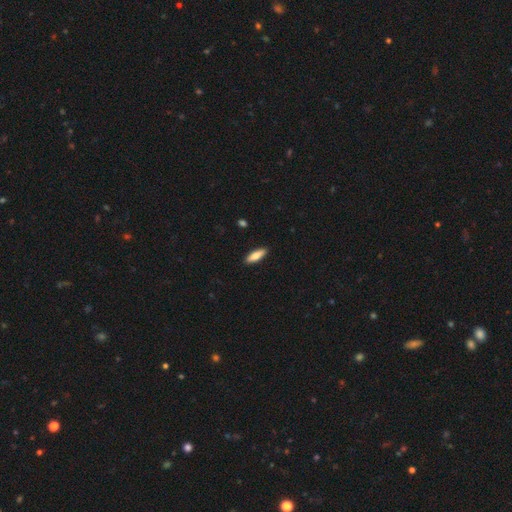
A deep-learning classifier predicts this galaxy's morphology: smooth 78%, featured or disk 16%, star or artifact 6%. Down the decision tree: how rounded — in between (54%); merging — none (90%).